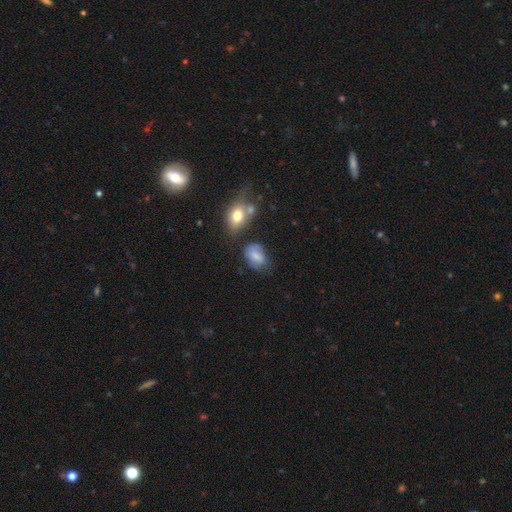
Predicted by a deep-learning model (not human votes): Smooth or featured?
  - smooth: 70% *
  - featured or disk: 20%
  - star or artifact: 10%
How rounded?
  - in between: 79% *
  - round: 19%
  - cigar-shaped: 2%
Merging?
  - none: 47% *
  - minor disturbance: 32%
  - major disturbance: 13%
  - merger: 8%